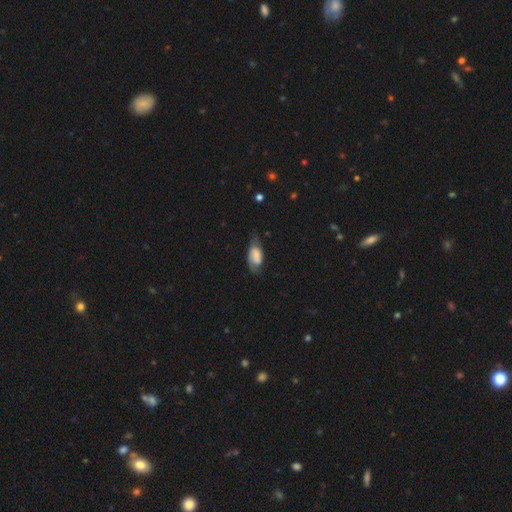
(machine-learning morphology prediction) Smooth or featured: smooth — 53% (featured or disk — 39%)
How rounded: in between — 89% (cigar-shaped — 7%)
Merging: none — 46% (minor disturbance — 34%)